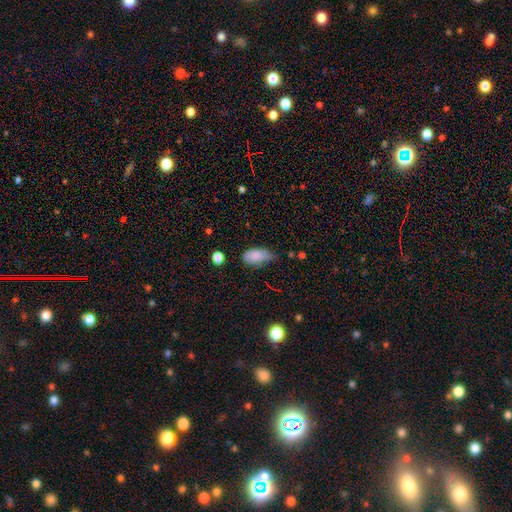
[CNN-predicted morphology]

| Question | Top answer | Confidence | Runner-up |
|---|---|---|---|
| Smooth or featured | smooth | 83% | featured or disk (9%) |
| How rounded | in between | 91% | cigar-shaped (4%) |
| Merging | none | 45% | minor disturbance (42%) |